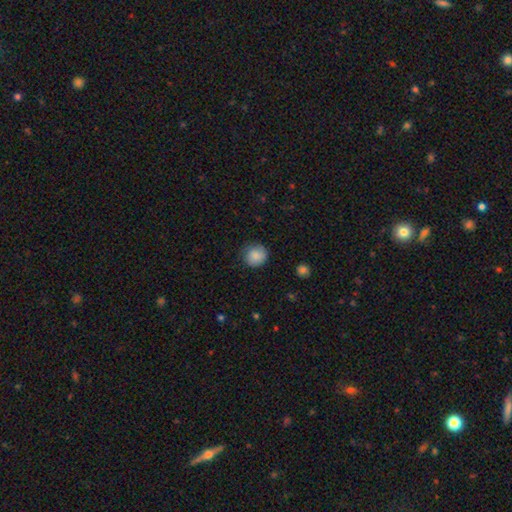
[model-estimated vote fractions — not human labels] Smooth or featured? Predicted: smooth (p=0.85). How rounded? Predicted: round (p=0.88). Merging? Predicted: none (p=0.80).